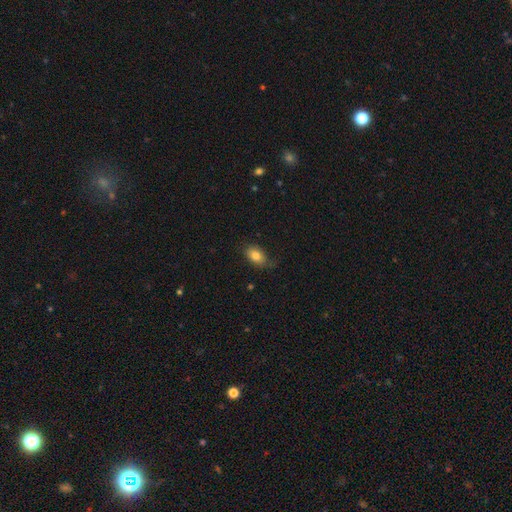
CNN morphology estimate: Overall: smooth (82%). How rounded: in between (84%). Merging: none (73%).